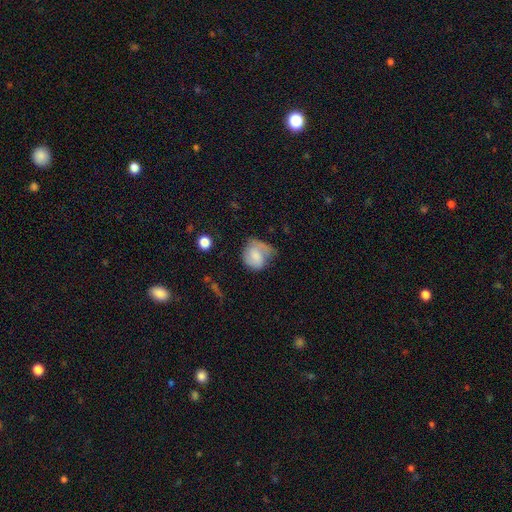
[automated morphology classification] Smooth or featured? smooth (62%)
How rounded? round (63%)
Merging? none (36%)